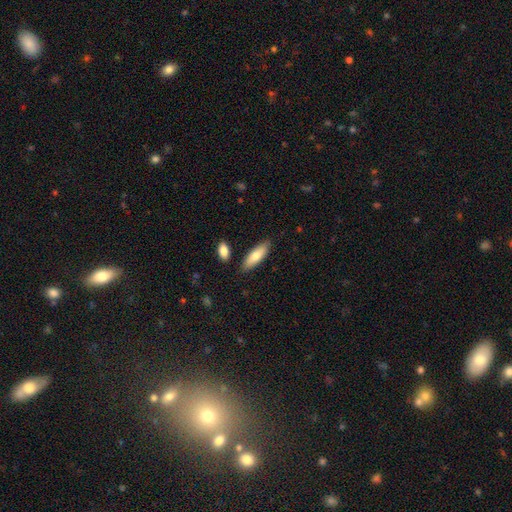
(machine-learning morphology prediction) smooth-or-featured: smooth: 75% | featured or disk: 19% | star or artifact: 6%
  how-rounded: in between: 55% | cigar-shaped: 43% | round: 2%
  merging: none: 84% | minor disturbance: 11% | merger: 3% | major disturbance: 2%